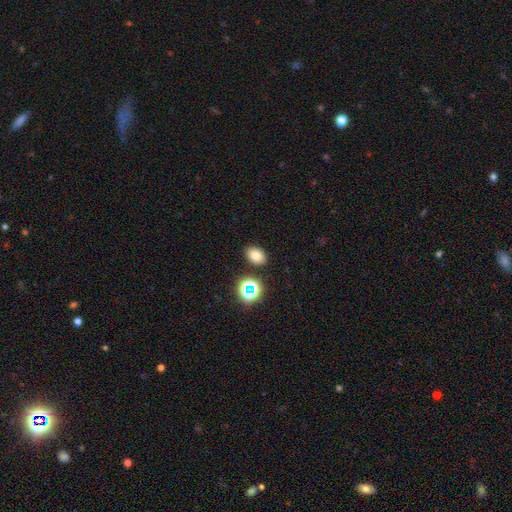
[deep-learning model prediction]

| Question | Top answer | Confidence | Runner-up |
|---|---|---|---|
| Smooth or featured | smooth | 75% | star or artifact (16%) |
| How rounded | in between | 75% | round (24%) |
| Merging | none | 86% | minor disturbance (8%) |